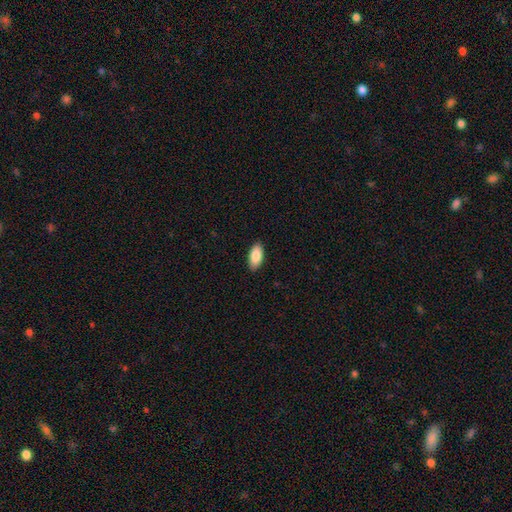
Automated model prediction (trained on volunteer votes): Q: Smooth or featured?
A: smooth (87%); runner-up: featured or disk (7%)
Q: How rounded?
A: in between (92%); runner-up: cigar-shaped (6%)
Q: Merging?
A: none (89%); runner-up: minor disturbance (8%)